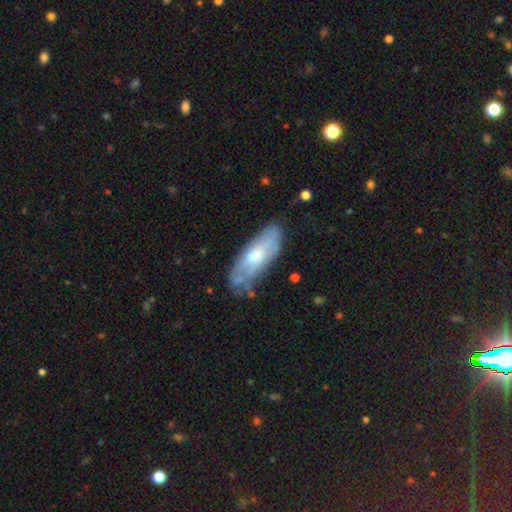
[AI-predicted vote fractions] This is possibly a featured or disk galaxy (48%). Merging: likely none (60%).